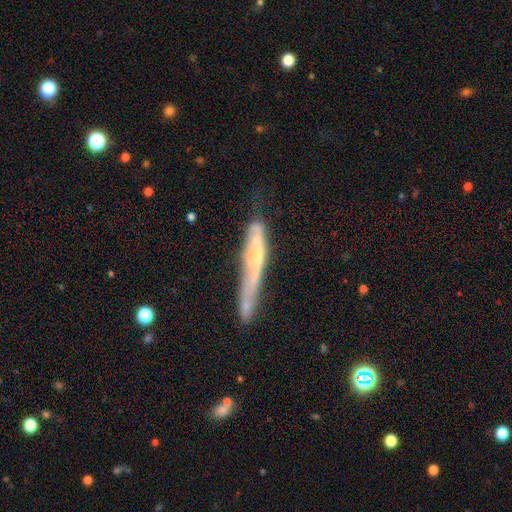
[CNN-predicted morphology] A featured or disk galaxy (60%) viewed edge-on (73%). Merging: none (39%).